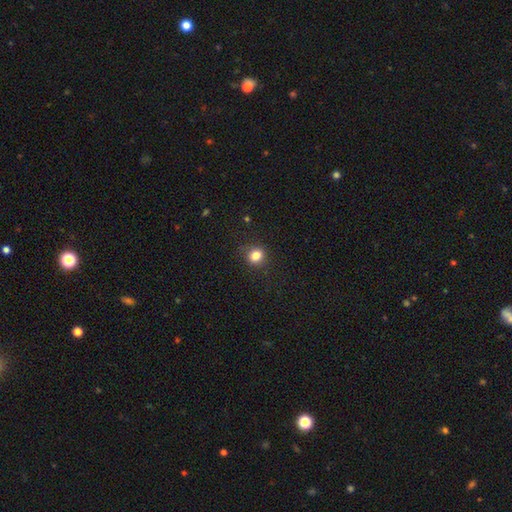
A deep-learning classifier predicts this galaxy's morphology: smooth_or_featured: smooth (p=0.82) [alt: star or artifact p=0.13]
how_rounded: round (p=0.78) [alt: in between p=0.21]
merging: none (p=0.86) [alt: minor disturbance p=0.10]